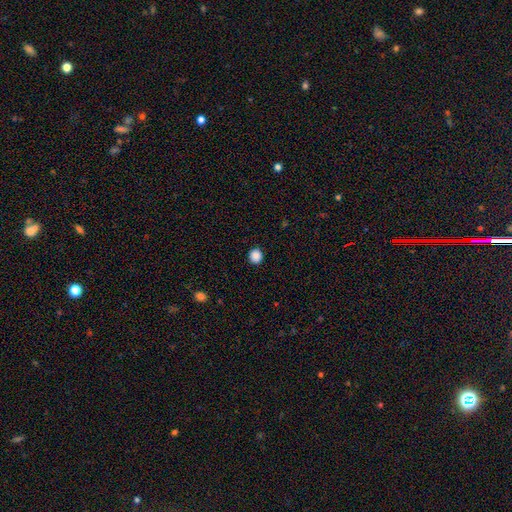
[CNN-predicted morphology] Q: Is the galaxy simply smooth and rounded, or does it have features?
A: smooth — 88%.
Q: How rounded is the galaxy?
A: round — 89%.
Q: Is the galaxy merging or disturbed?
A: none — 92%.